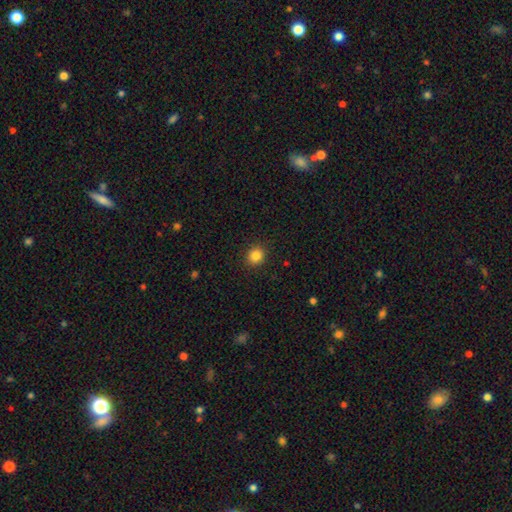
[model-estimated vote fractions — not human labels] Morphology: type=smooth (84%); roundness=round (79%); merging=none (91%).